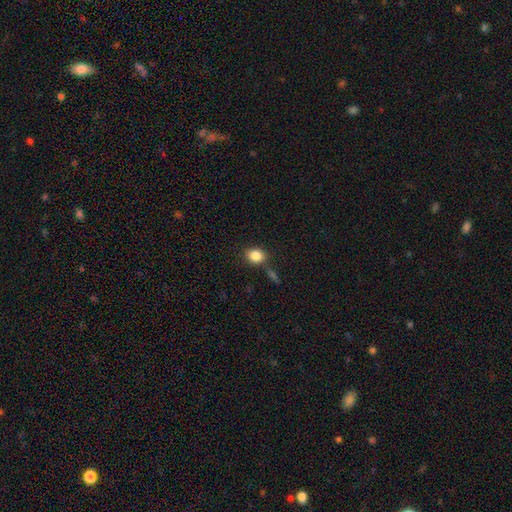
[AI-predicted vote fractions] The model was most divided on "how rounded": round: 59%, in between: 40%, cigar-shaped: 1%. More confident: smooth or featured — smooth (84%); merging — none (76%).